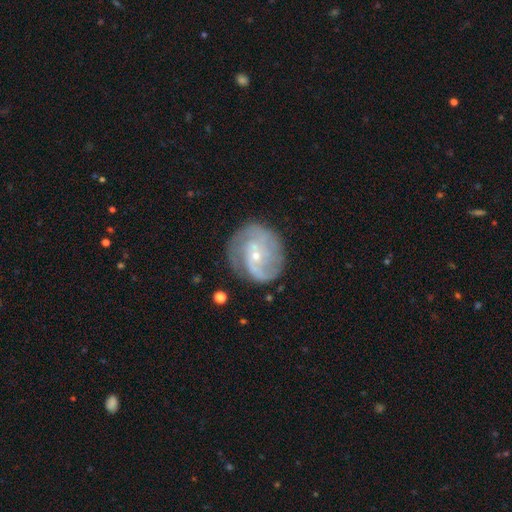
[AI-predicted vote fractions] smooth_or_featured: featured or disk (p=0.81) [alt: smooth p=0.12]
disk_edge_on: no (p=0.98) [alt: yes p=0.02]
bar: no (p=0.58) [alt: weak p=0.33]
has_spiral_arms: yes (p=0.93) [alt: no p=0.07]
spiral_winding: medium (p=0.43) [alt: tight p=0.39]
spiral_arm_count: 2 (p=0.47) [alt: can't tell p=0.22]
bulge_size: small (p=0.75) [alt: moderate p=0.21]
merging: none (p=0.68) [alt: minor disturbance p=0.20]